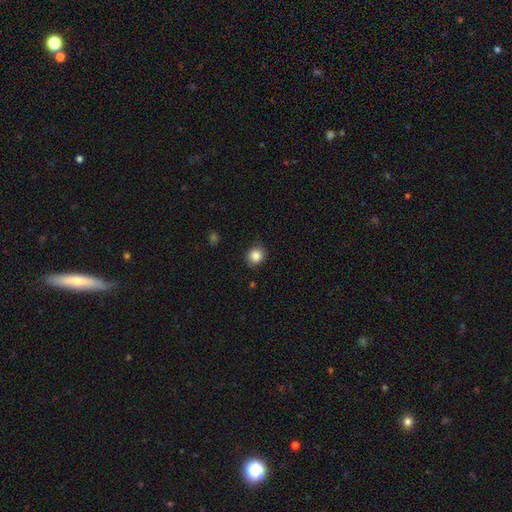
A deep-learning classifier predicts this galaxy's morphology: Overall: smooth (85%). How rounded: round (80%). Merging: none (84%).